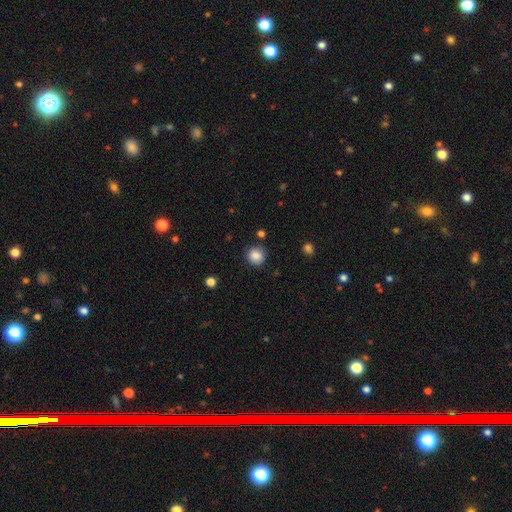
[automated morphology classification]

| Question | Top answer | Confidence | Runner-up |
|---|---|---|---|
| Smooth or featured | smooth | 86% | star or artifact (9%) |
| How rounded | round | 92% | in between (7%) |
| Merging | none | 86% | minor disturbance (9%) |